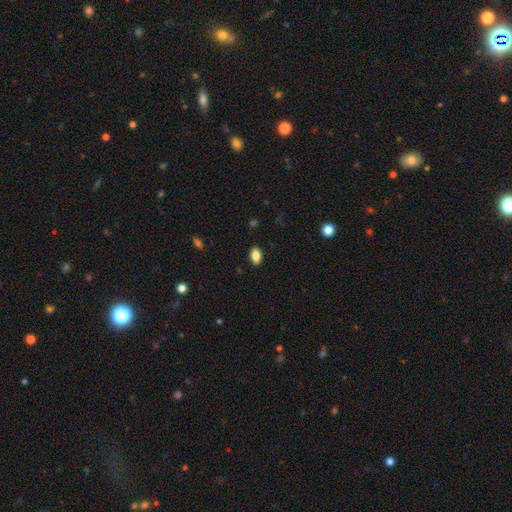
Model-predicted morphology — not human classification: Smooth or featured?
  - smooth: 85% *
  - star or artifact: 8%
  - featured or disk: 6%
How rounded?
  - in between: 90% *
  - round: 7%
  - cigar-shaped: 3%
Merging?
  - none: 89% *
  - minor disturbance: 9%
  - major disturbance: 2%
  - merger: 1%